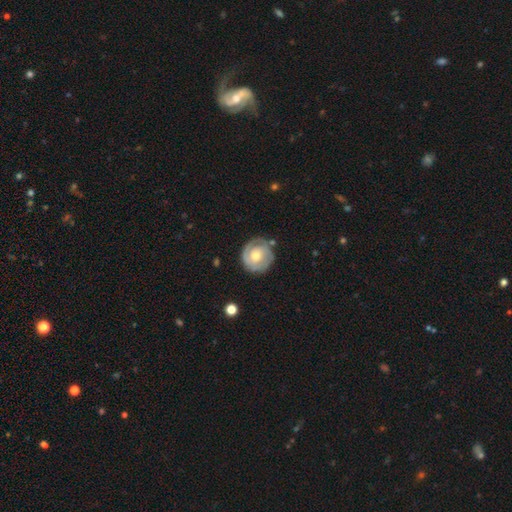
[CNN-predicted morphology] The model was most divided on "spiral arm count": 2: 55%, can't tell: 20%, 1: 12%, 3: 9%, 4: 2%, more than 4: 2%. More confident: edge-on disk — no (98%); spiral arms — yes (89%); merging — none (78%); smooth or featured — featured or disk (74%); bar — no (71%); spiral winding — tight (71%); bulge size — moderate (68%).